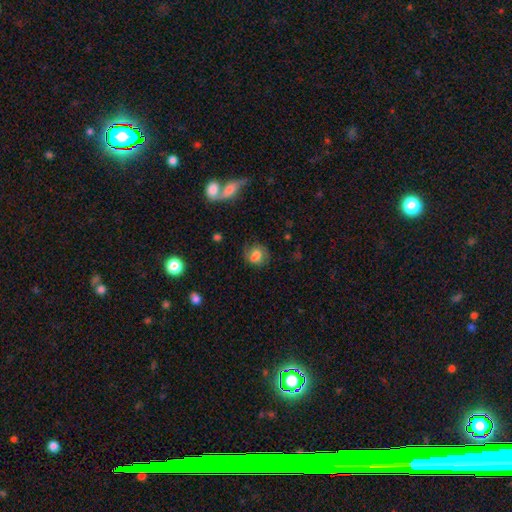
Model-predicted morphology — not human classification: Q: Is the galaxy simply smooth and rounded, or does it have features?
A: smooth — 73%.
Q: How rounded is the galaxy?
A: round — 63%.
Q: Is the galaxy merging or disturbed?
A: none — 60%.